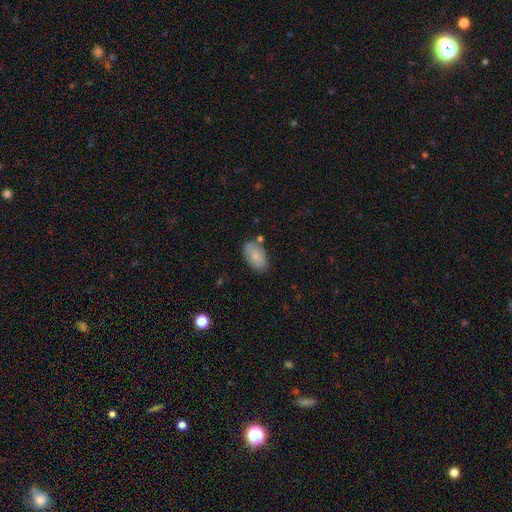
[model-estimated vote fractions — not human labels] Smooth or featured? smooth (78%)
How rounded? in between (93%)
Merging? none (72%)